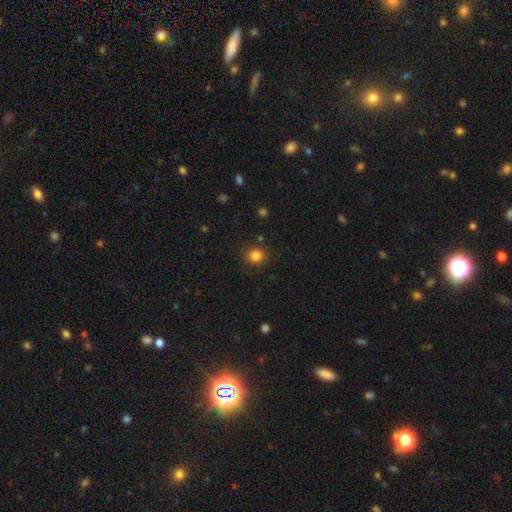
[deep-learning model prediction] The model was most divided on "smooth or featured": smooth: 83%, star or artifact: 13%, featured or disk: 4%. More confident: how rounded — round (90%); merging — none (87%).